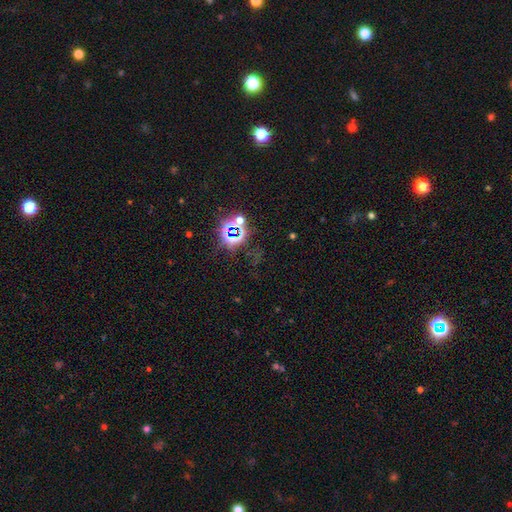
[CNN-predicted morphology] A star or artifact, not a galaxy (78%).